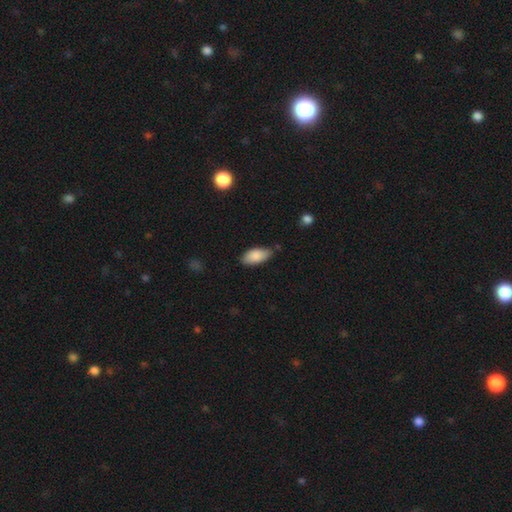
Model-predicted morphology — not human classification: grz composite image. It shows a smooth galaxy with no disk features (87%) that is in between round and cigar-shaped (91%). Merging: none (76%).